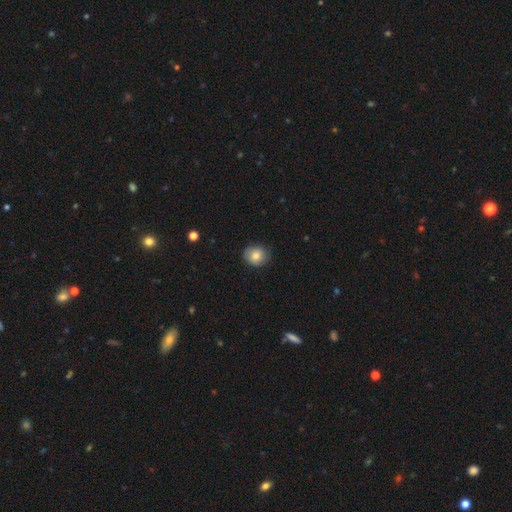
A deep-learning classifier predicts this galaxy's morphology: Overall: smooth (81%). How rounded: round (75%). Merging: none (81%).